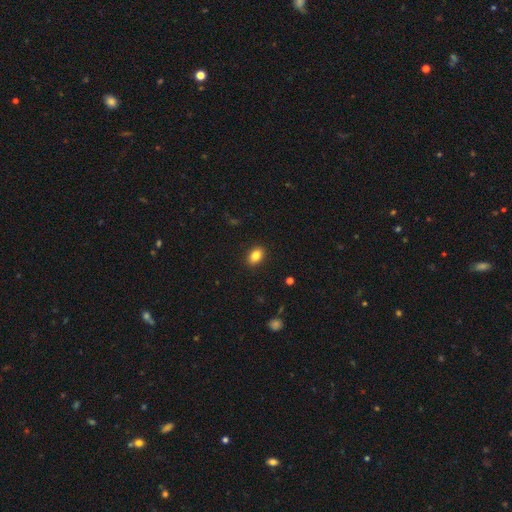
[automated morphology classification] smooth-or-featured: smooth: 85% | star or artifact: 9% | featured or disk: 6%
  how-rounded: in between: 80% | round: 18% | cigar-shaped: 1%
  merging: none: 90% | minor disturbance: 7% | major disturbance: 2% | merger: 1%